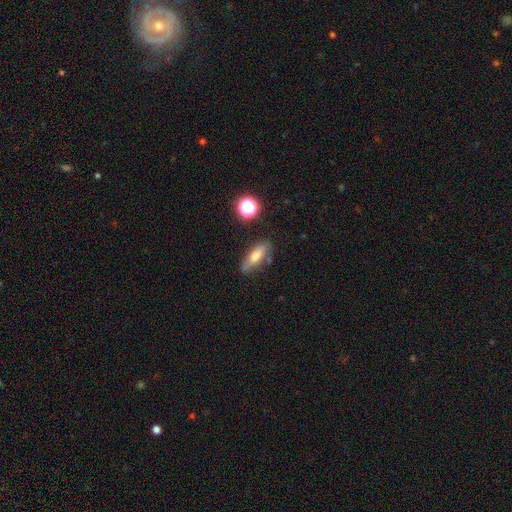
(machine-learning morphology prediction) smooth-or-featured: smooth: 64% | featured or disk: 25% | star or artifact: 11%
  how-rounded: in between: 57% | cigar-shaped: 38% | round: 5%
  merging: none: 71% | minor disturbance: 19% | major disturbance: 5% | merger: 5%